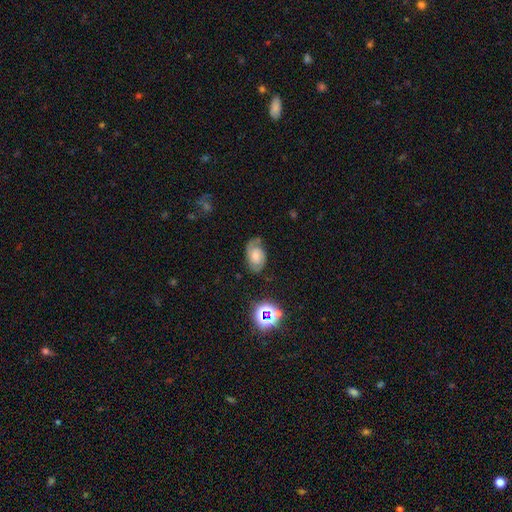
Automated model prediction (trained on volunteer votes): Morphology: type=featured or disk (67%); edge-on=no (96%); bar=no (67%); spiral arms=yes (92%); winding=tight (46%); arm count=2 (80%); bulge=moderate (43%); merging=none (69%).